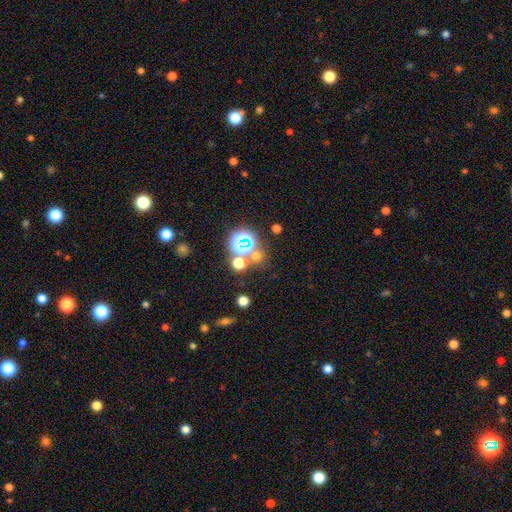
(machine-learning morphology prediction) A smooth galaxy with no disk features (48%).

Vote fractions:
- Smooth or featured? smooth: 48% / star or artifact: 43% / featured or disk: 9%
- Merging? none: 63% / merger: 24% / minor disturbance: 8% / major disturbance: 5%